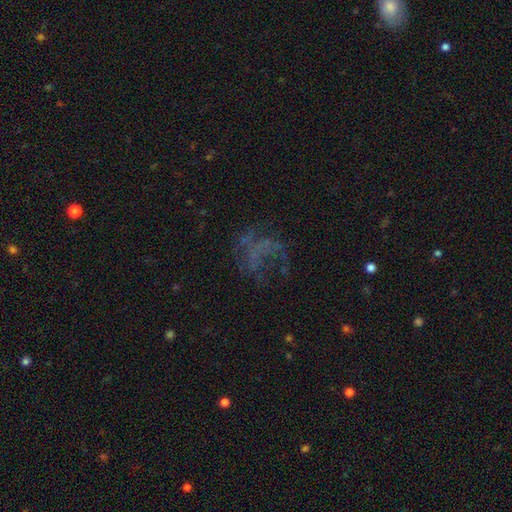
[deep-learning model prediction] Smooth or featured? featured or disk (46%)
Merging? none (45%)